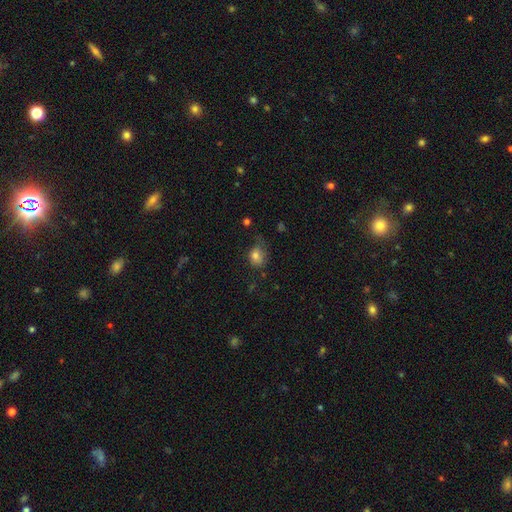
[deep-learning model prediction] Smooth or featured: smooth — 79% (star or artifact — 11%)
How rounded: in between — 50% (round — 49%)
Merging: none — 48% (minor disturbance — 33%)